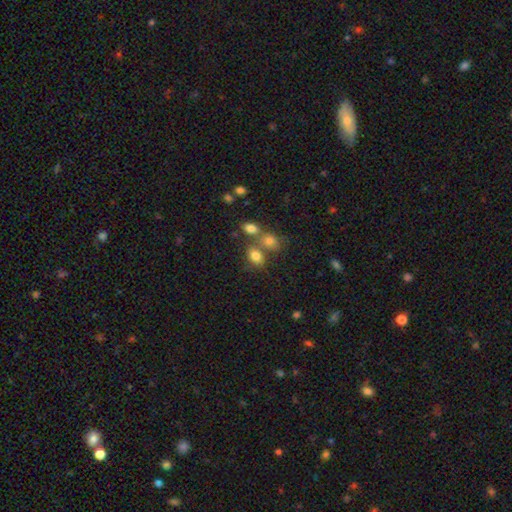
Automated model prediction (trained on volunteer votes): smooth-or-featured: smooth: 78% | star or artifact: 12% | featured or disk: 10%
  how-rounded: in between: 69% | round: 30% | cigar-shaped: 1%
  merging: none: 49% | merger: 34% | minor disturbance: 12% | major disturbance: 5%